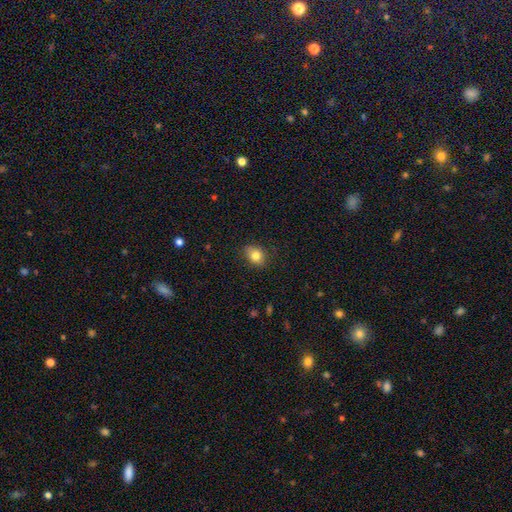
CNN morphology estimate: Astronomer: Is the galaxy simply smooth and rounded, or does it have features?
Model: smooth — 81%.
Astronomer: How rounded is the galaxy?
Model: in between — 57% (runner-up: round, 42%).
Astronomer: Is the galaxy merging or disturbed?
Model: none — 77%.